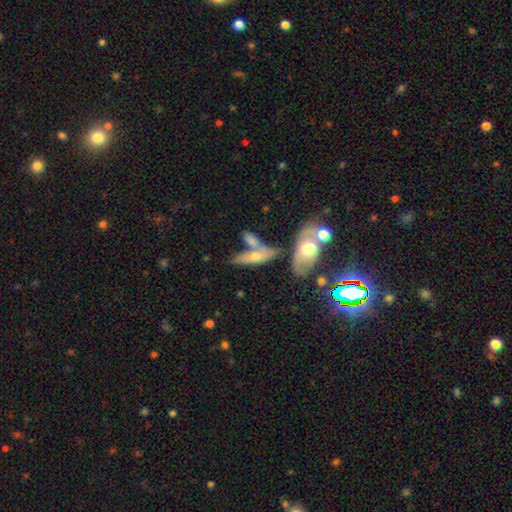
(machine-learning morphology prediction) Smooth or featured?
  - smooth: 51% *
  - featured or disk: 41%
  - star or artifact: 8%
How rounded?
  - in between: 53% *
  - cigar-shaped: 43%
  - round: 4%
Merging?
  - merger: 43% *
  - none: 36%
  - minor disturbance: 14%
  - major disturbance: 7%